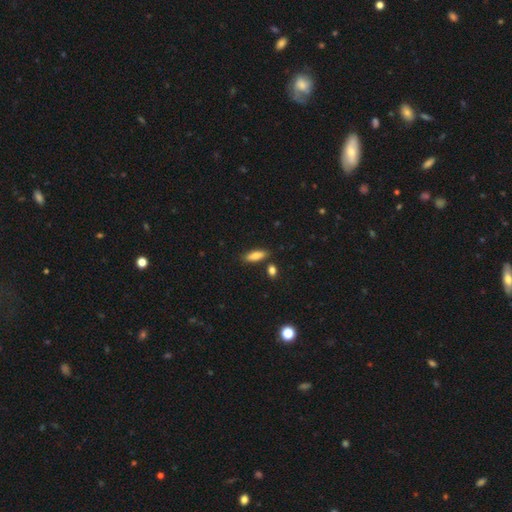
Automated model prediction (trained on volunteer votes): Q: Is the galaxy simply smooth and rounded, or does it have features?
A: smooth — 82%.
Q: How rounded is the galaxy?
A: in between — 61%.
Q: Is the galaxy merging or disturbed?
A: none — 82%.